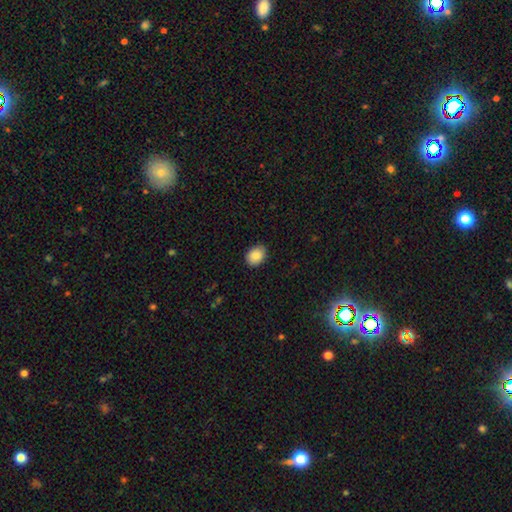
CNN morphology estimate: Q: Smooth or featured?
A: smooth (89%); runner-up: star or artifact (7%)
Q: How rounded?
A: in between (63%); runner-up: round (36%)
Q: Merging?
A: none (86%); runner-up: minor disturbance (11%)